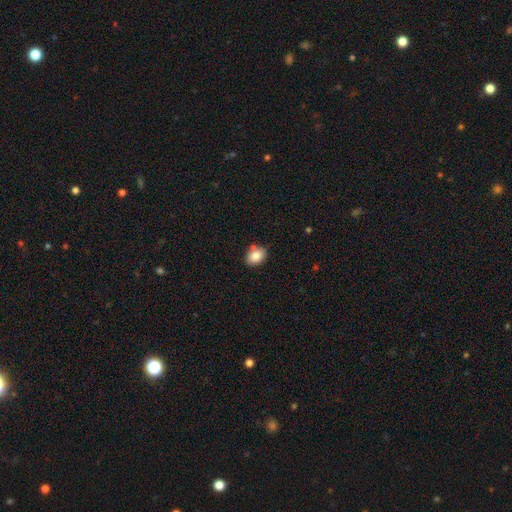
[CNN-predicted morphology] Smooth or featured? Predicted: smooth (p=0.84). How rounded? Predicted: in between (p=0.69). Merging? Predicted: none (p=0.76).